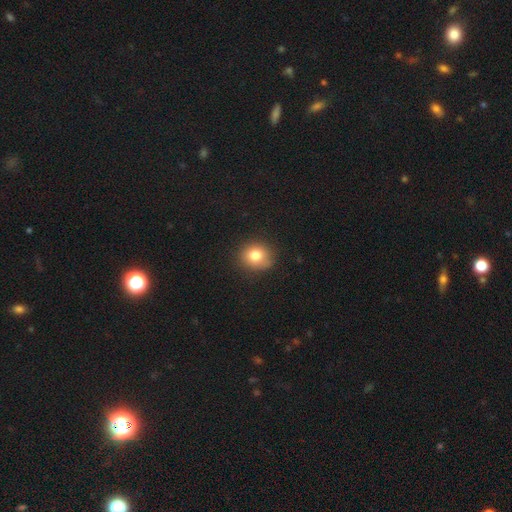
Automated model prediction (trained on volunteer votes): Smooth or featured: smooth — 78% (star or artifact — 14%)
How rounded: round — 79% (in between — 20%)
Merging: none — 86% (minor disturbance — 10%)